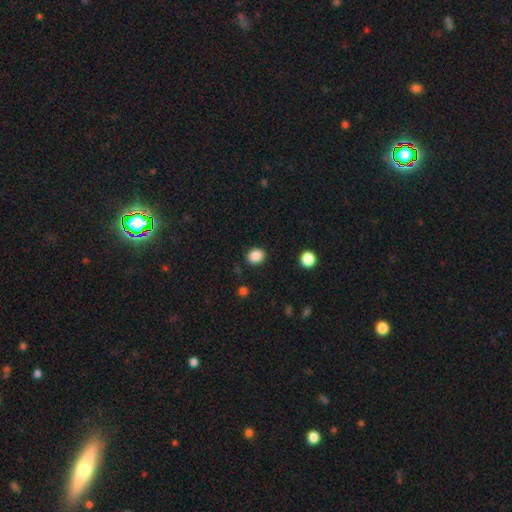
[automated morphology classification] This appears to be a smooth galaxy with no disk features (87%) that is round (65%). Merging: none (89%).